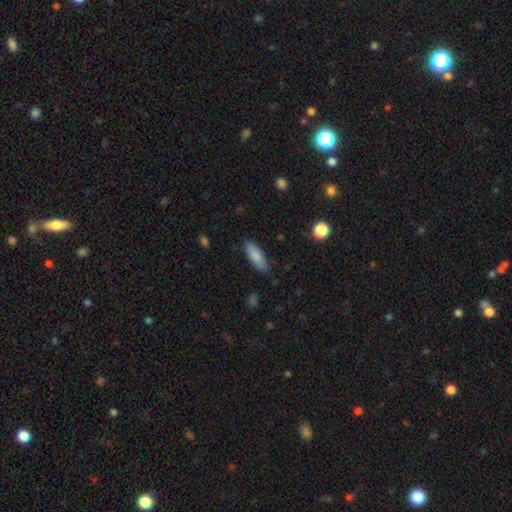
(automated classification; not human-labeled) Smooth or featured: smooth — 84% (featured or disk — 10%)
How rounded: in between — 61% (cigar-shaped — 38%)
Merging: none — 86% (minor disturbance — 11%)